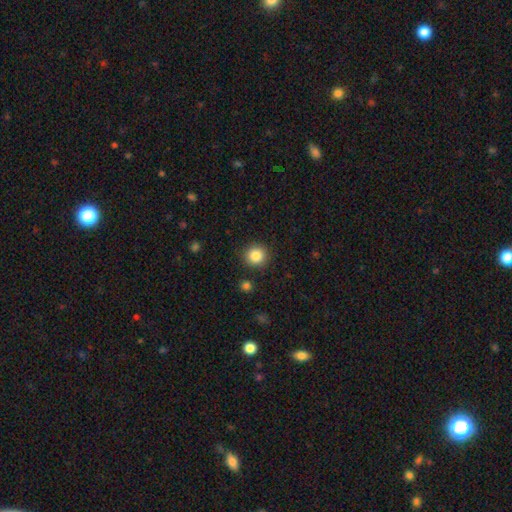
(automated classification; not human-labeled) Smooth or featured: smooth — 85% (star or artifact — 10%)
How rounded: round — 93% (in between — 6%)
Merging: none — 90% (minor disturbance — 6%)